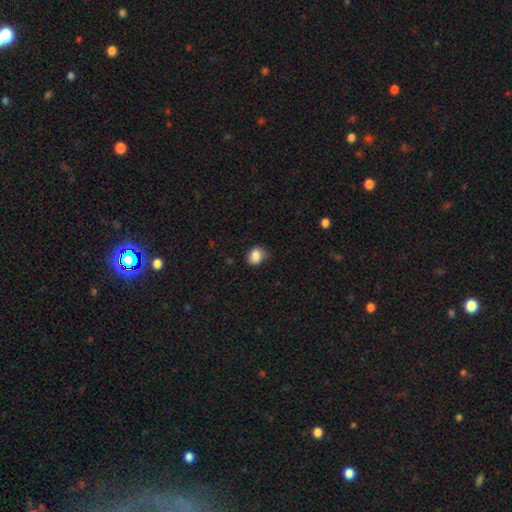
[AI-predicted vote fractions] This is clearly a smooth galaxy (86%). How rounded: likely round (62%). Merging: likely none (69%).